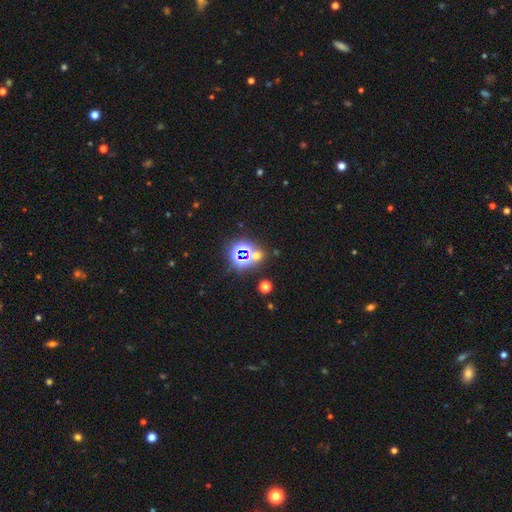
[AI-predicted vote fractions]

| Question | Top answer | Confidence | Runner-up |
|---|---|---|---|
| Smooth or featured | star or artifact | 61% | smooth (30%) |